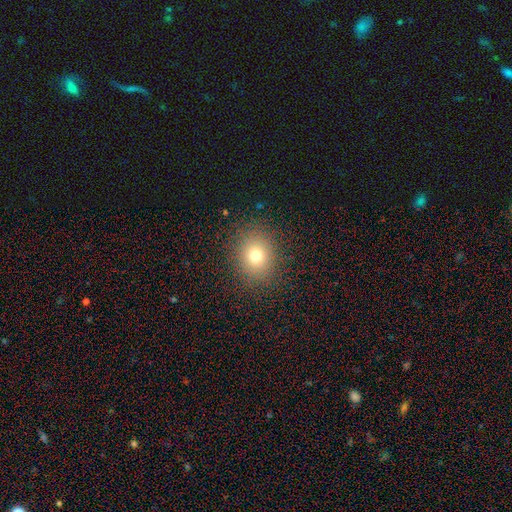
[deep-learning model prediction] Overall: smooth (75%). How rounded: round (67%; in between 32%). Merging: none (88%).